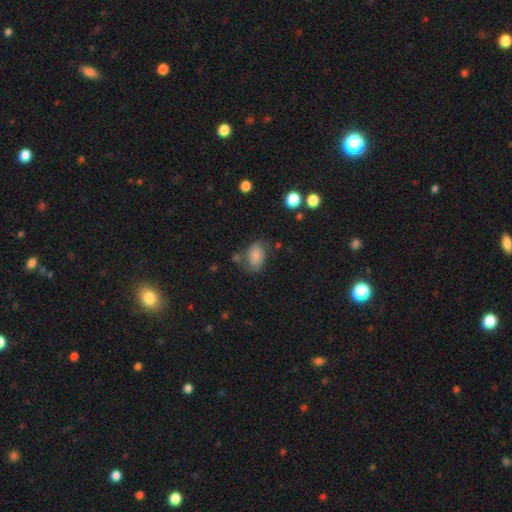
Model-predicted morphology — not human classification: type=smooth (62%); roundness=in between (74%); merging=none (51%).